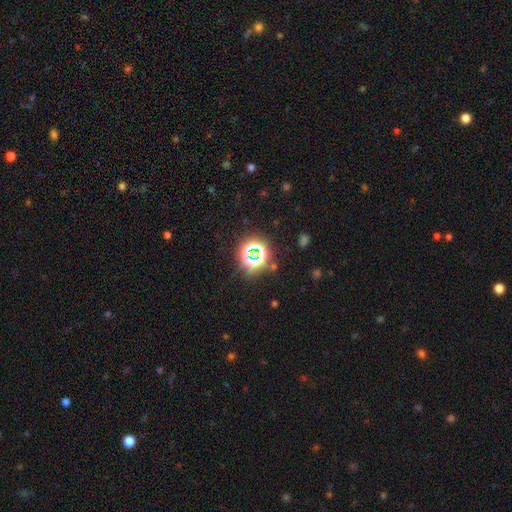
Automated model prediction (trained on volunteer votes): Smooth or featured: star or artifact — 72% (smooth — 20%)